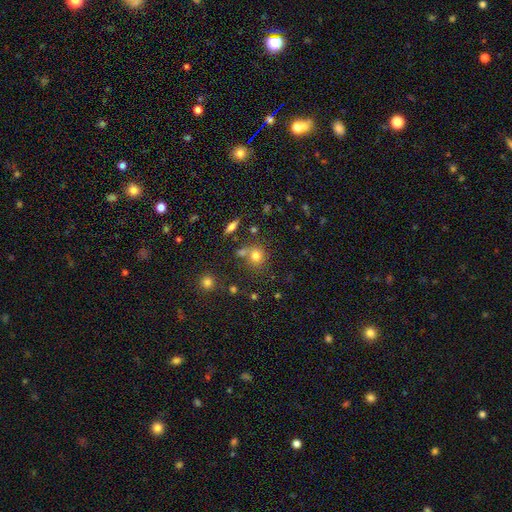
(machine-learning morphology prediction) smooth-or-featured: smooth: 74% | star or artifact: 15% | featured or disk: 11%
  how-rounded: round: 84% | in between: 15% | cigar-shaped: 1%
  merging: none: 65% | merger: 19% | minor disturbance: 11% | major disturbance: 4%